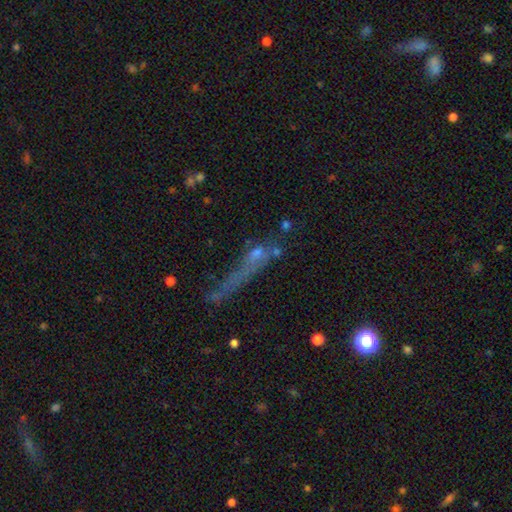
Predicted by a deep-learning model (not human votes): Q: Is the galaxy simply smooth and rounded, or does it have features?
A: smooth — 41%.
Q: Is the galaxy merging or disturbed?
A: none — 32%.